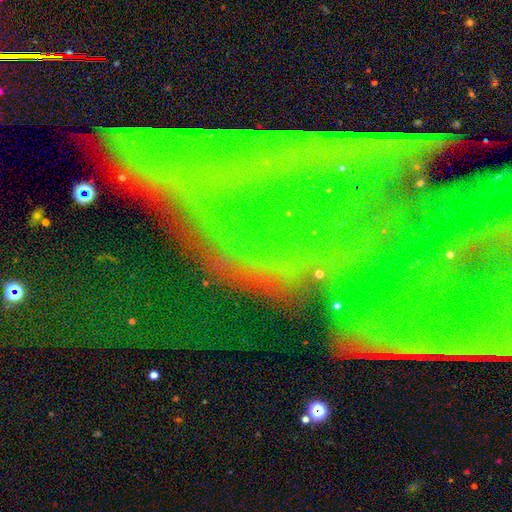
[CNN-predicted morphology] star or artifact 74%, featured or disk 15%, smooth 11%.